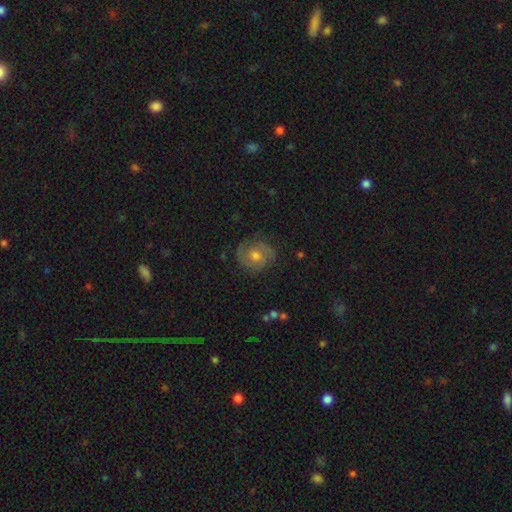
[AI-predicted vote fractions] A featured or disk galaxy (61%) with no bar (70%), spiral arms (84%) and a moderate central bulge (74%).

Vote fractions:
- Smooth or featured? featured or disk: 61% / smooth: 30% / star or artifact: 9%
- Edge-on disk? no: 97% / yes: 3%
- Bar? no: 70% / weak: 26% / strong: 4%
- Spiral arms? yes: 84% / no: 16%
- Bulge size? moderate: 74% / small: 17% / large: 6% / none: 2% / dominant: 1%
- Merging? none: 78% / minor disturbance: 15% / major disturbance: 5% / merger: 1%